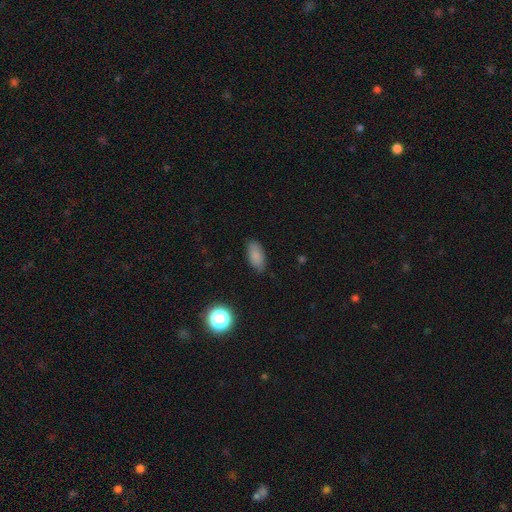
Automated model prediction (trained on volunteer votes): smooth_or_featured: smooth (p=0.84) [alt: star or artifact p=0.09]
how_rounded: in between (p=0.88) [alt: cigar-shaped p=0.08]
merging: none (p=0.83) [alt: minor disturbance p=0.13]